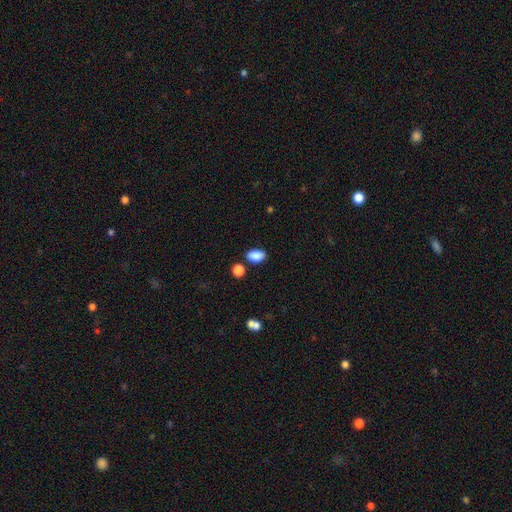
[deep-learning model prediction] This appears to be a smooth galaxy with no disk features (88%) that is in between round and cigar-shaped (89%). Merging: none (80%).